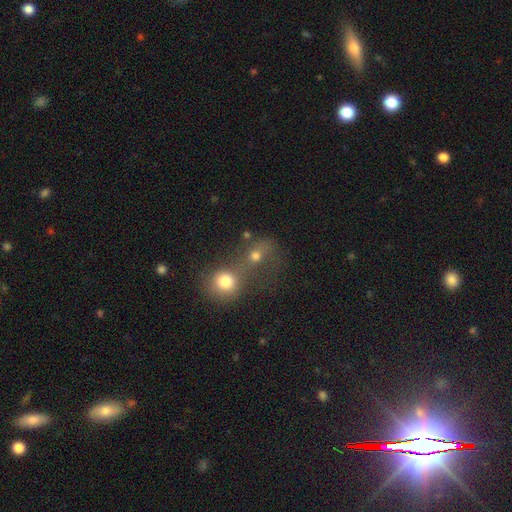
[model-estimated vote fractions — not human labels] The model was most divided on "how rounded": round: 70%, in between: 28%, cigar-shaped: 2%. More confident: smooth or featured — smooth (67%); merging — merger (63%).